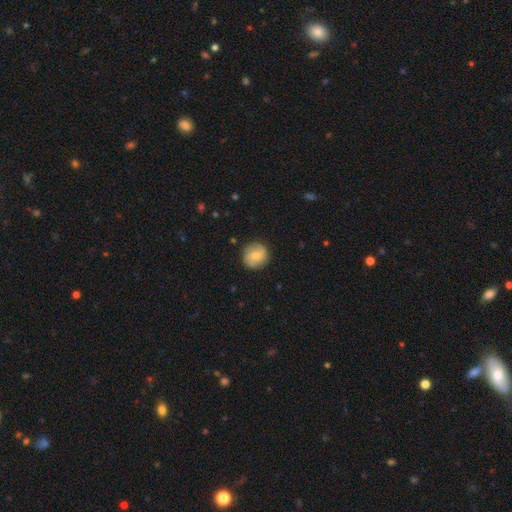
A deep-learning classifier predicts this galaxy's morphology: This appears to be a smooth galaxy with no disk features (67%) that is round (92%). Merging: none (85%).